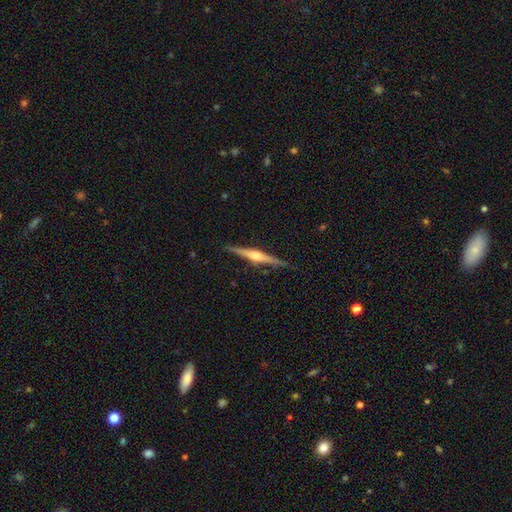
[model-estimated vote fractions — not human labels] featured or disk 78%, smooth 16%, star or artifact 5%. Down the decision tree: edge-on disk — yes (98%); edge-on bulge — rounded (84%); merging — none (89%).